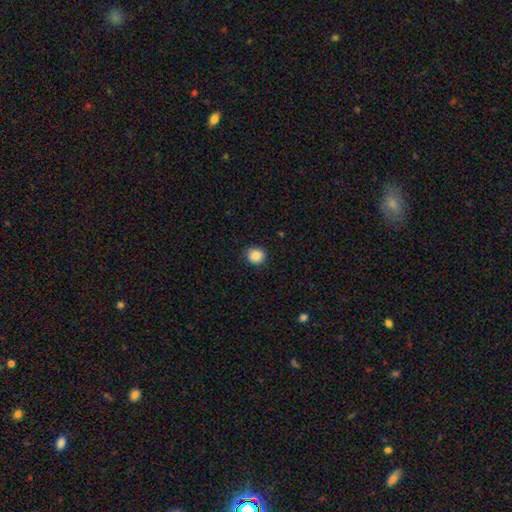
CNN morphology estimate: The model was most divided on "how rounded": round: 84%, in between: 15%, cigar-shaped: 1%. More confident: smooth or featured — smooth (88%); merging — none (86%).